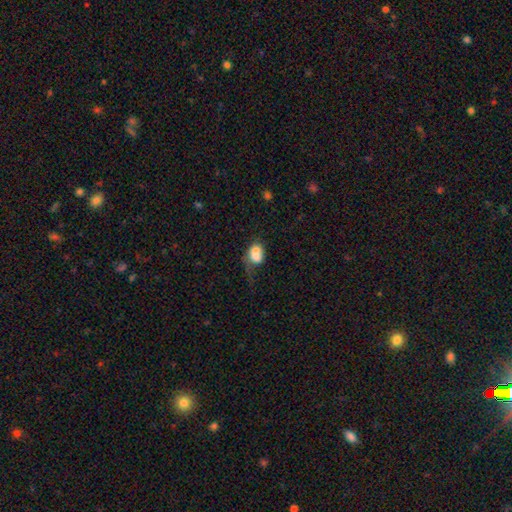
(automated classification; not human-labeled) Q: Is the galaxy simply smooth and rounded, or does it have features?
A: smooth — 71%.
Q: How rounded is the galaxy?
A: in between — 63%.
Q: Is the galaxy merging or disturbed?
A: merger — 45%.